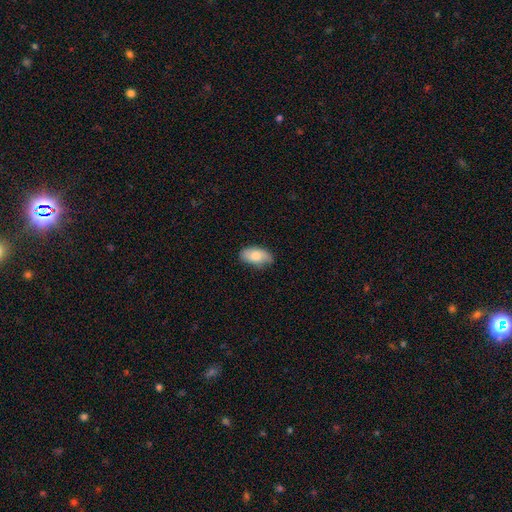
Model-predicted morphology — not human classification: Smooth or featured? smooth (76%)
How rounded? in between (94%)
Merging? none (74%)